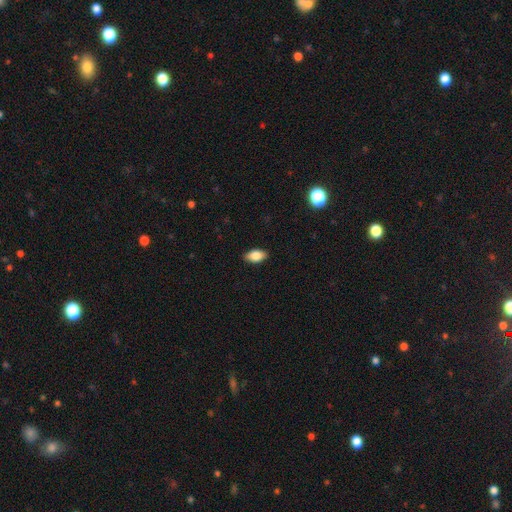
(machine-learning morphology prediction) A smooth galaxy with no disk features (83%) that is in between round and cigar-shaped (91%). Merging: none (88%).